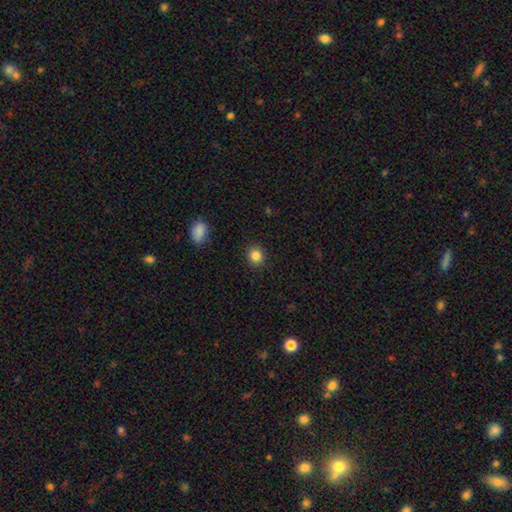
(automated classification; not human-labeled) Smooth or featured? Predicted: smooth (p=0.85). How rounded? Predicted: round (p=0.83). Merging? Predicted: none (p=0.91).